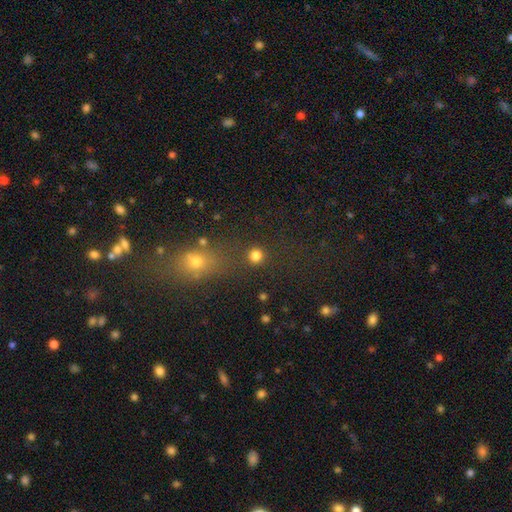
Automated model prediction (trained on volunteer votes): This is clearly a smooth galaxy (81%). How rounded: clearly round (93%). Merging: clearly none (85%).